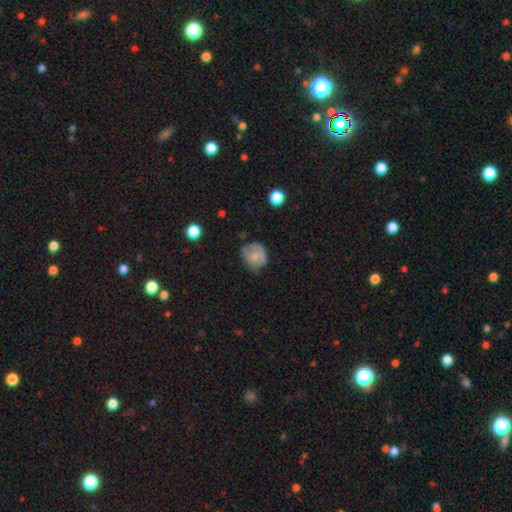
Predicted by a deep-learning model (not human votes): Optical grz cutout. It shows a smooth galaxy with no disk features (63%) that is round (70%). Merging: none (50%).